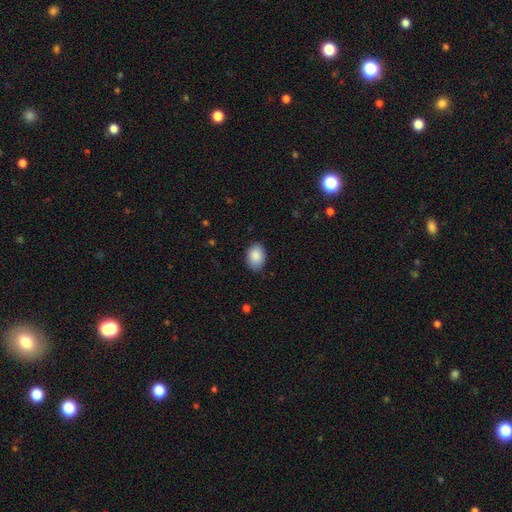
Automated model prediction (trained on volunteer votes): Q: Smooth or featured?
A: smooth (88%); runner-up: star or artifact (7%)
Q: How rounded?
A: in between (81%); runner-up: round (18%)
Q: Merging?
A: none (85%); runner-up: minor disturbance (12%)